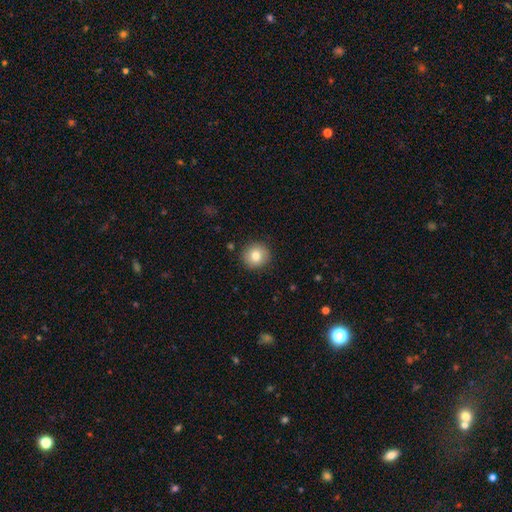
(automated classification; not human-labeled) Smooth or featured? smooth (81%)
How rounded? round (92%)
Merging? none (90%)